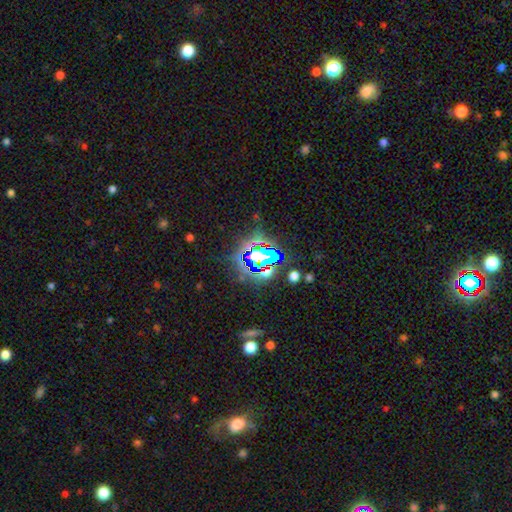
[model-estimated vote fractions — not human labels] A star or artifact, not a galaxy (70%).